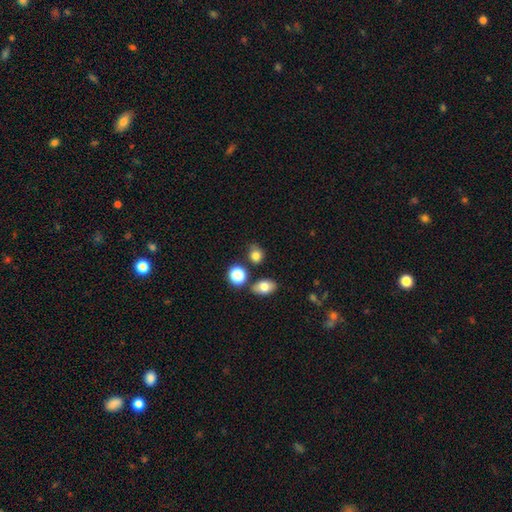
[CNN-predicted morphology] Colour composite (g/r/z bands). It shows a smooth galaxy with no disk features (81%) that is round (65%). Merging: none (71%).